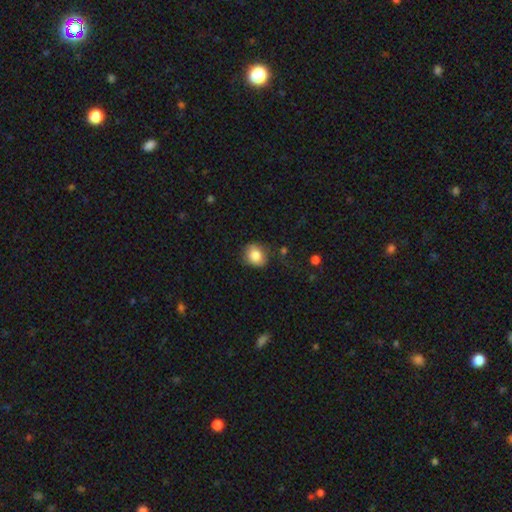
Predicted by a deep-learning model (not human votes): The model was most divided on "how rounded": round: 67%, in between: 32%, cigar-shaped: 1%. More confident: smooth or featured — smooth (83%); merging — none (77%).